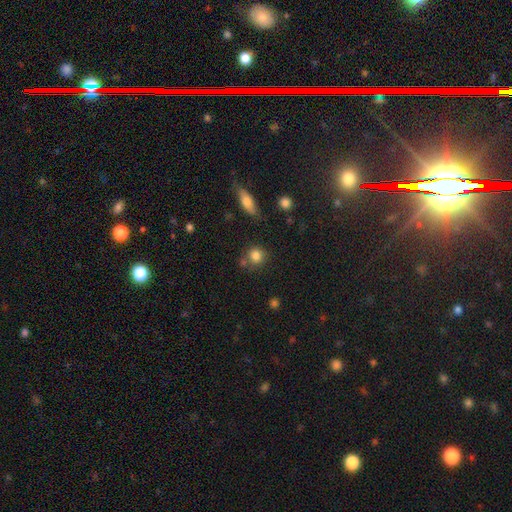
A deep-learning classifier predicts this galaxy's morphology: This is clearly a smooth galaxy (83%). How rounded: clearly round (87%). Merging: likely none (70%).